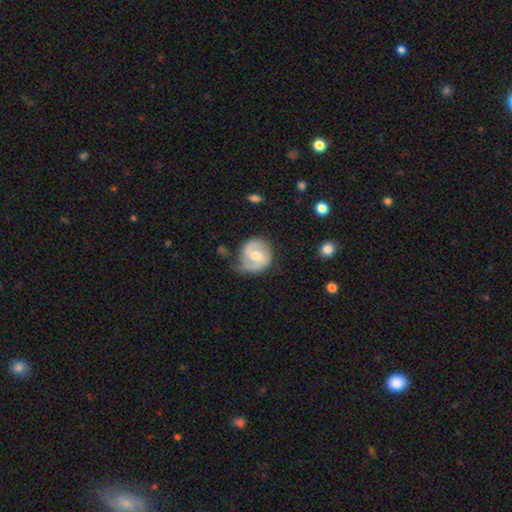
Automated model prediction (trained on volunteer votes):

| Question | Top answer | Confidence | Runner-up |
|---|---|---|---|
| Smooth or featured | featured or disk | 72% | smooth (23%) |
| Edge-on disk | no | 98% | yes (2%) |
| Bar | weak | 51% | no (37%) |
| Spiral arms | yes | 92% | no (8%) |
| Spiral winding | medium | 47% | tight (35%) |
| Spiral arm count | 2 | 80% | 1 (9%) |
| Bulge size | moderate | 63% | small (28%) |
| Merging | none | 60% | minor disturbance (28%) |